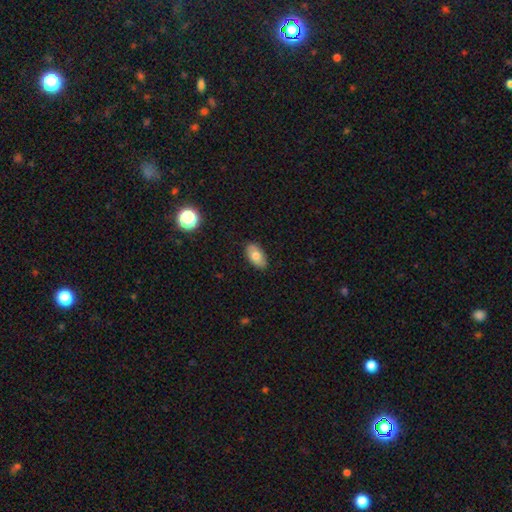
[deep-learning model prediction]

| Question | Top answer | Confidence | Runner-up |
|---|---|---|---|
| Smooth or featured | smooth | 74% | featured or disk (17%) |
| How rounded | in between | 92% | round (6%) |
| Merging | none | 85% | minor disturbance (12%) |